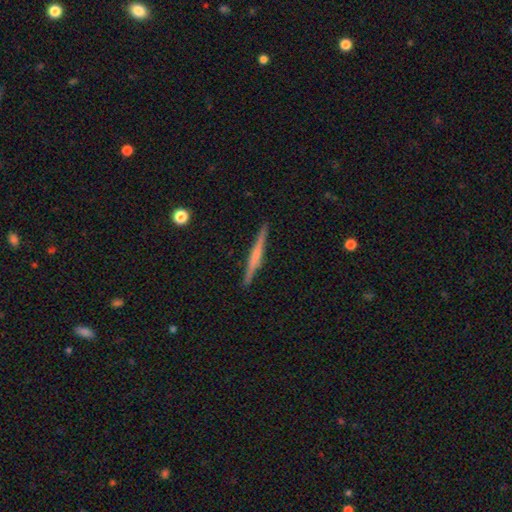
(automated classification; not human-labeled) A featured or disk galaxy (60%) viewed edge-on (98%) with no central bulge (45%). Merging: none (91%).